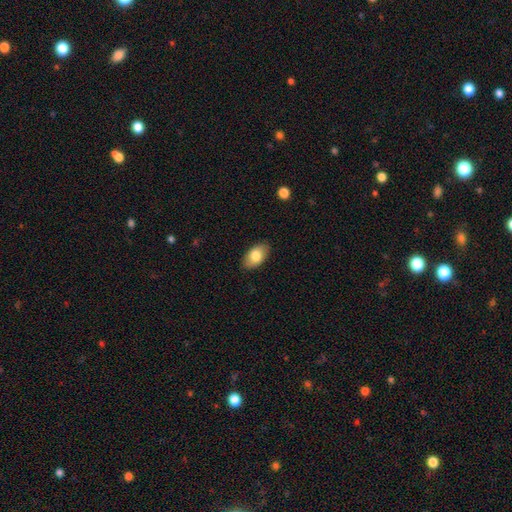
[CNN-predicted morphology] Smooth or featured?
  - smooth: 80% *
  - featured or disk: 13%
  - star or artifact: 7%
How rounded?
  - in between: 93% *
  - round: 6%
  - cigar-shaped: 2%
Merging?
  - none: 86% *
  - minor disturbance: 10%
  - major disturbance: 2%
  - merger: 1%